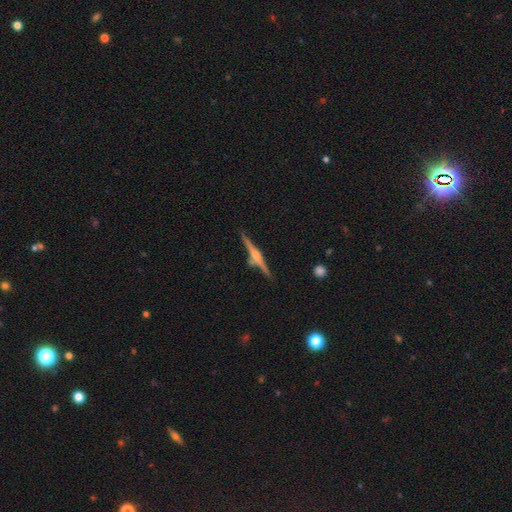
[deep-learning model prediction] smooth-or-featured: featured or disk: 75% | smooth: 19% | star or artifact: 7%
  disk-edge-on: yes: 98% | no: 2%
    edge-on-bulge: rounded: 74% | boxy: 16% | none: 9%
  merging: none: 79% | minor disturbance: 11% | merger: 8% | major disturbance: 3%